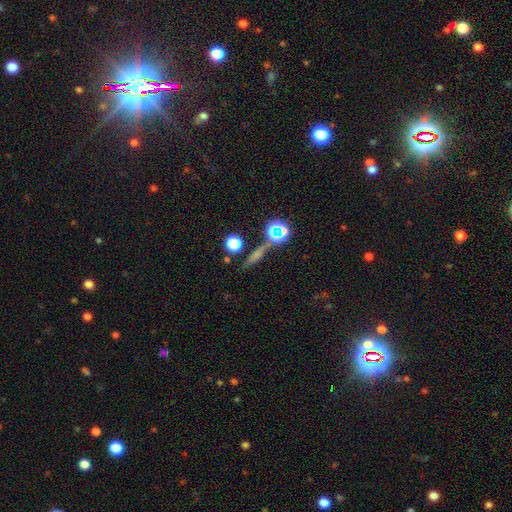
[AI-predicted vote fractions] Overall: smooth (41%; star or artifact 36%). Merging: none (77%).